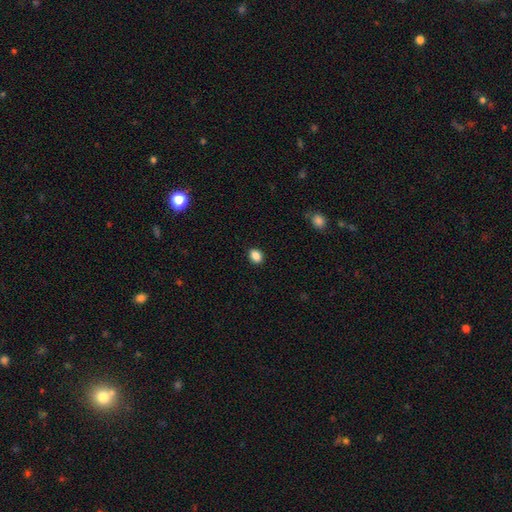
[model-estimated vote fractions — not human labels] Smooth or featured?
  - smooth: 87% *
  - star or artifact: 9%
  - featured or disk: 3%
How rounded?
  - in between: 68% *
  - round: 31%
  - cigar-shaped: 1%
Merging?
  - none: 89% *
  - minor disturbance: 8%
  - major disturbance: 2%
  - merger: 1%